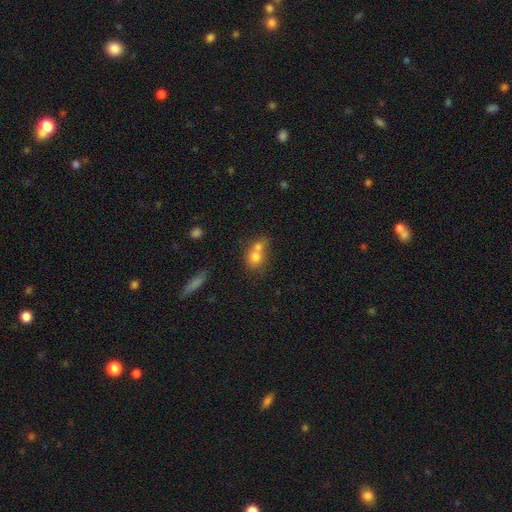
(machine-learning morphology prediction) type=smooth (72%); roundness=round (67%); merging=merger (60%).